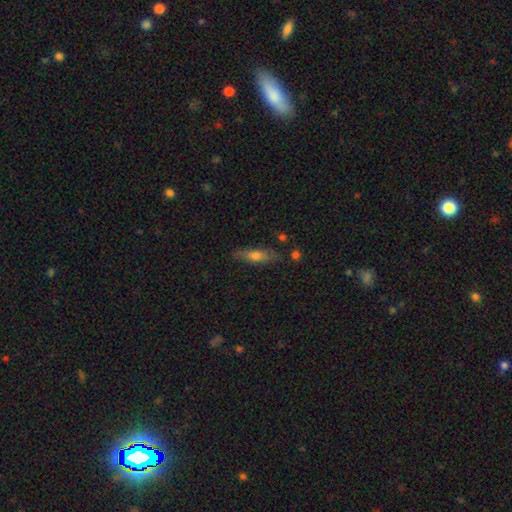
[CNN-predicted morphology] A smooth galaxy with no disk features (56%) that is cigar-shaped (65%). Merging: none (76%).